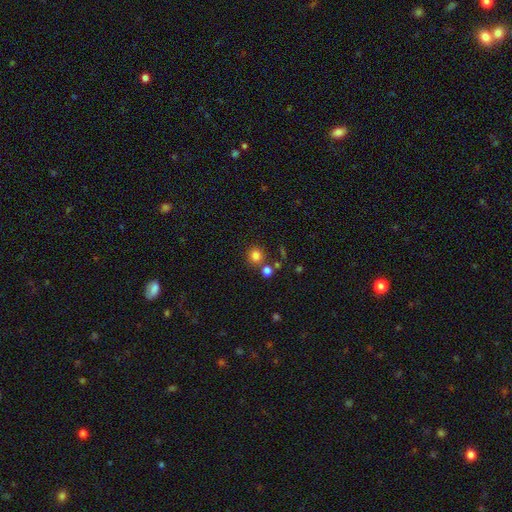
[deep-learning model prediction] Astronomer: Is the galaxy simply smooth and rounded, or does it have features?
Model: smooth — 81%.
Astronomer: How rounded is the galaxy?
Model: round — 90%.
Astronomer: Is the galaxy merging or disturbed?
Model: none — 77%.